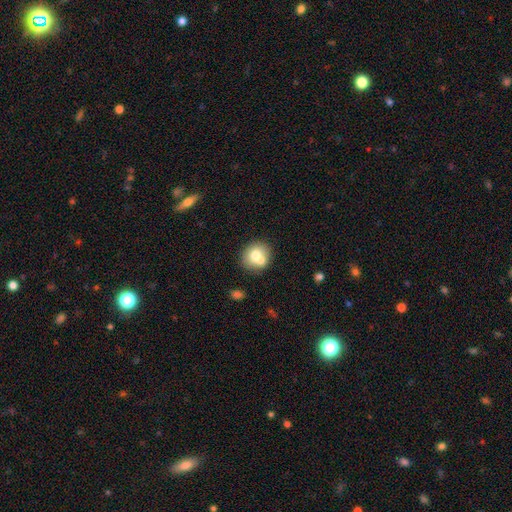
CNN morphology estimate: Smooth or featured? smooth (70%)
How rounded? round (81%)
Merging? none (55%)